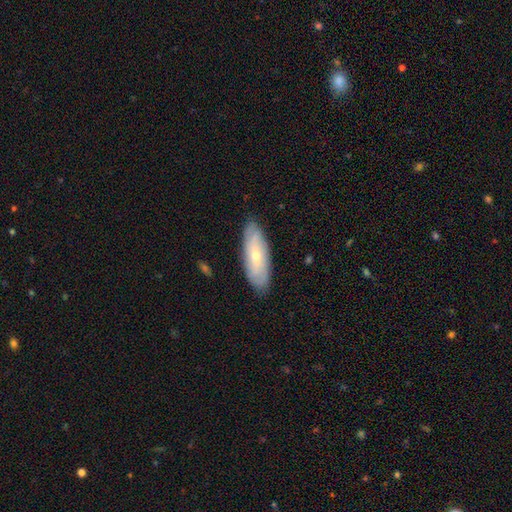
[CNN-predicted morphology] Smooth or featured: featured or disk — 56% (smooth — 37%)
Edge-on disk: no — 77% (yes — 23%)
Merging: none — 85% (minor disturbance — 12%)